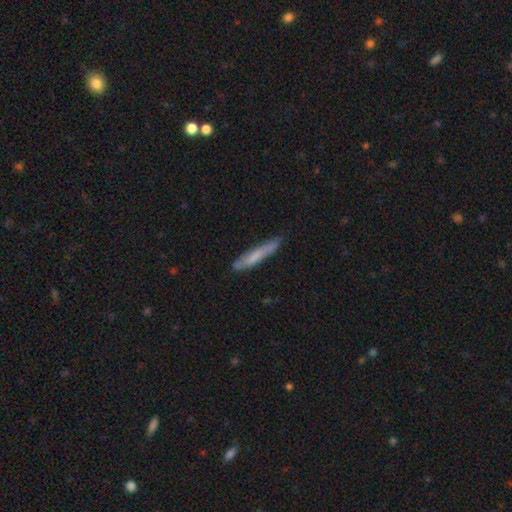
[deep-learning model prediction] This appears to be a smooth galaxy with no disk features (65%) that is cigar-shaped (92%). Merging: none (74%).